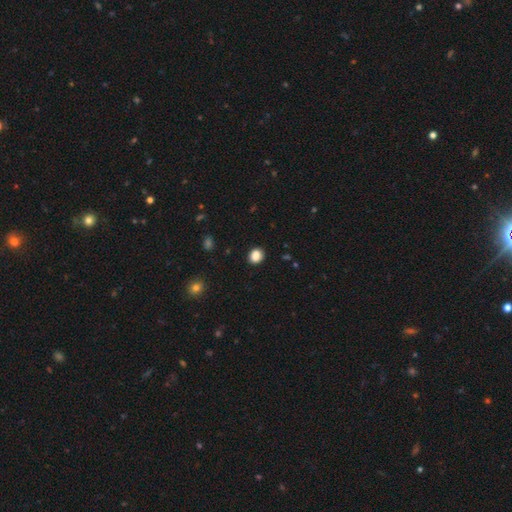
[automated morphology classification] Smooth or featured? Predicted: smooth (p=0.87). How rounded? Predicted: round (p=0.62). Merging? Predicted: none (p=0.88).